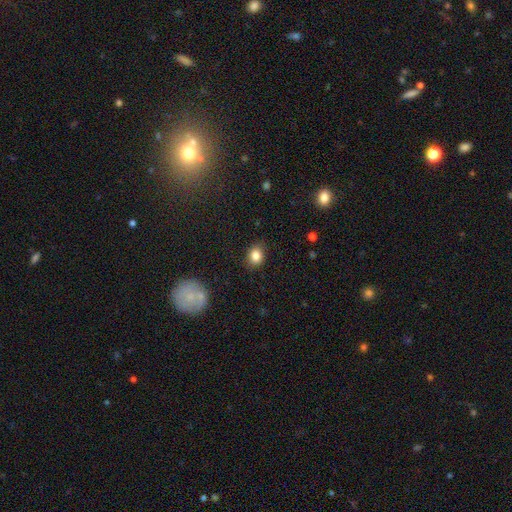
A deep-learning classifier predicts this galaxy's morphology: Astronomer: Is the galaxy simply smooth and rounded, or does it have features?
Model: smooth — 84%.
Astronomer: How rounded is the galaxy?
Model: in between — 51% (runner-up: round, 48%).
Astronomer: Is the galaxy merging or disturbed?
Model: none — 81%.